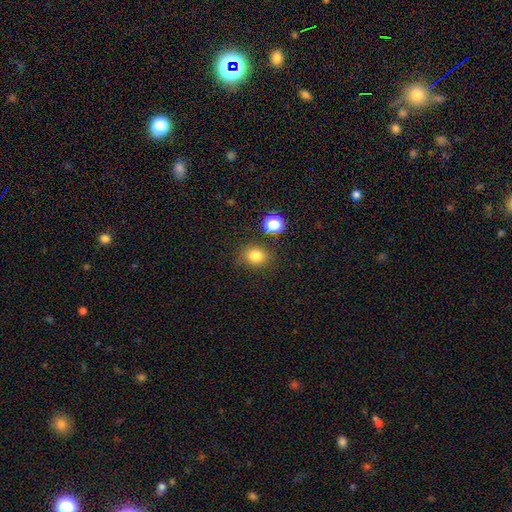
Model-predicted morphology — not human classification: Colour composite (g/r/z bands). It shows a smooth galaxy with no disk features (80%) that is round (61%). Merging: none (79%).